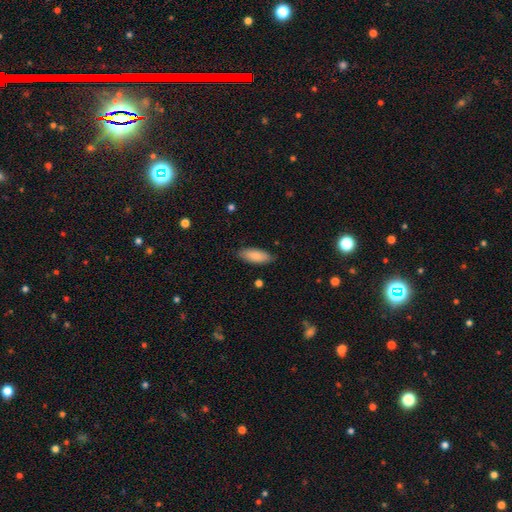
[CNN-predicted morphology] A smooth galaxy with no disk features (86%) that is in between round and cigar-shaped (77%).

Vote fractions:
- Smooth or featured? smooth: 86% / featured or disk: 8% / star or artifact: 6%
- How rounded? in between: 77% / cigar-shaped: 21% / round: 2%
- Merging? none: 86% / minor disturbance: 10% / major disturbance: 2% / merger: 1%